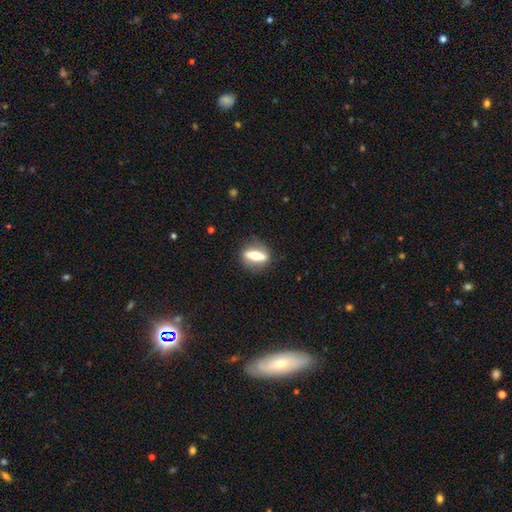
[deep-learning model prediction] A featured or disk galaxy (51%) viewed edge-on (60%).

Vote fractions:
- Smooth or featured? featured or disk: 51% / smooth: 41% / star or artifact: 8%
- Edge-on disk? yes: 60% / no: 40%
- Merging? none: 84% / minor disturbance: 10% / major disturbance: 4% / merger: 1%